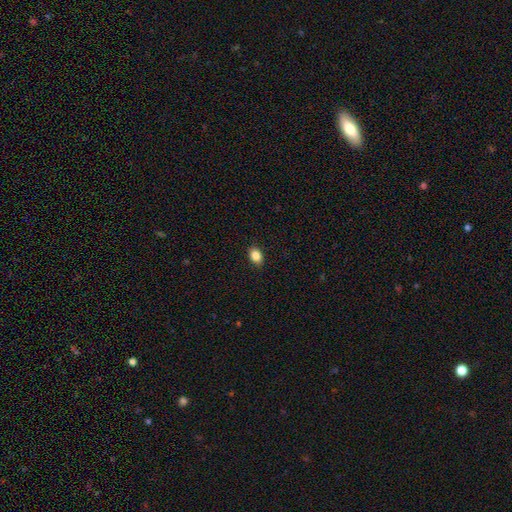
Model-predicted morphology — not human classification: The model was most divided on "how rounded": in between: 72%, round: 27%, cigar-shaped: 1%. More confident: merging — none (89%); smooth or featured — smooth (86%).